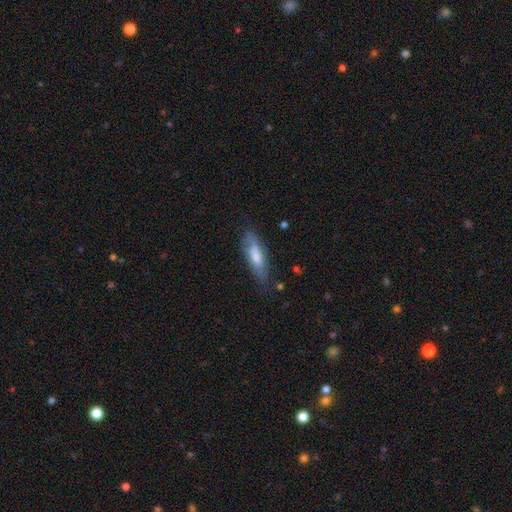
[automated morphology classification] type=smooth (62%); roundness=cigar-shaped (57%); merging=none (73%).